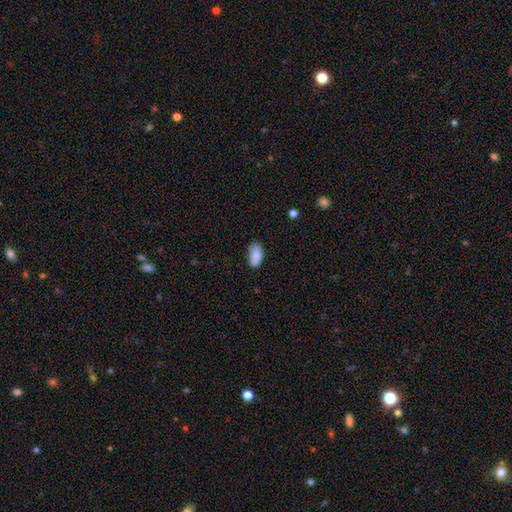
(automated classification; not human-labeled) smooth_or_featured: smooth (p=0.86) [alt: featured or disk p=0.07]
how_rounded: in between (p=0.94) [alt: round p=0.03]
merging: none (p=0.77) [alt: minor disturbance p=0.18]